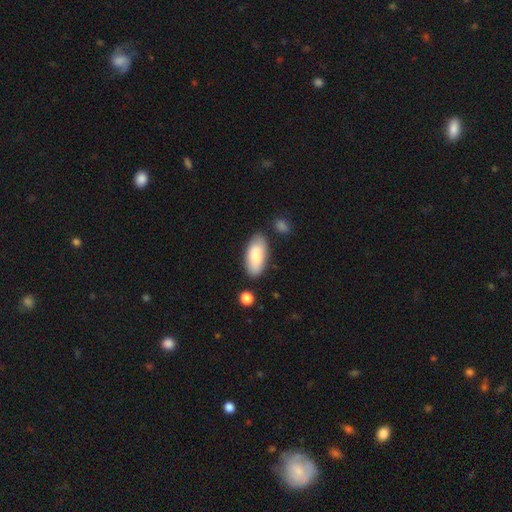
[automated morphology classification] Smooth or featured? Predicted: smooth (p=0.81). How rounded? Predicted: in between (p=0.90). Merging? Predicted: none (p=0.79).